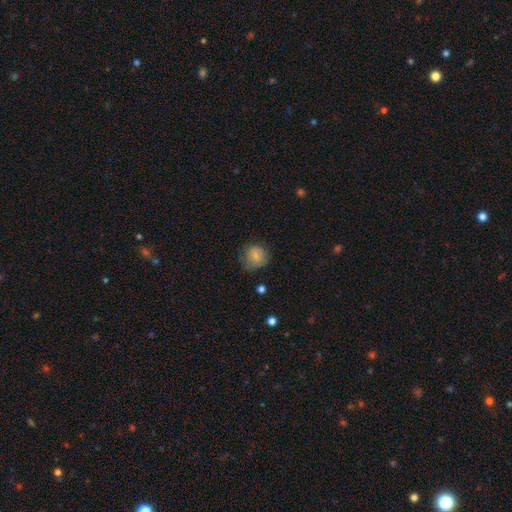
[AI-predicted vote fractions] Smooth or featured: smooth — 78% (featured or disk — 13%)
How rounded: round — 81% (in between — 18%)
Merging: none — 63% (minor disturbance — 26%)